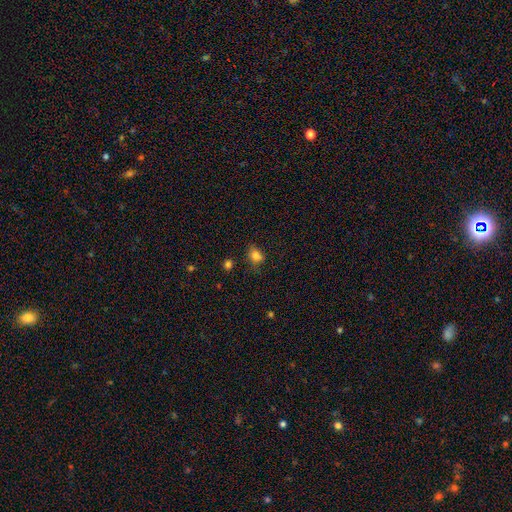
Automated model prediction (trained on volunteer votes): smooth-or-featured: smooth: 80% | star or artifact: 13% | featured or disk: 7%
  how-rounded: in between: 57% | round: 42% | cigar-shaped: 2%
  merging: none: 61% | minor disturbance: 28% | major disturbance: 8% | merger: 3%